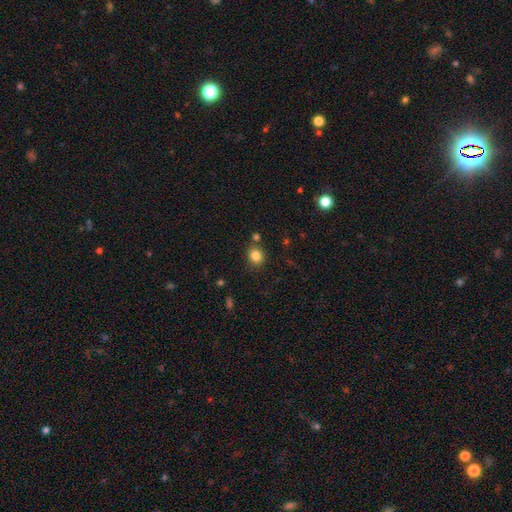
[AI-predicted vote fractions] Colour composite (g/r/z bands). It shows a smooth galaxy with no disk features (83%) that is round (77%). Merging: none (81%).